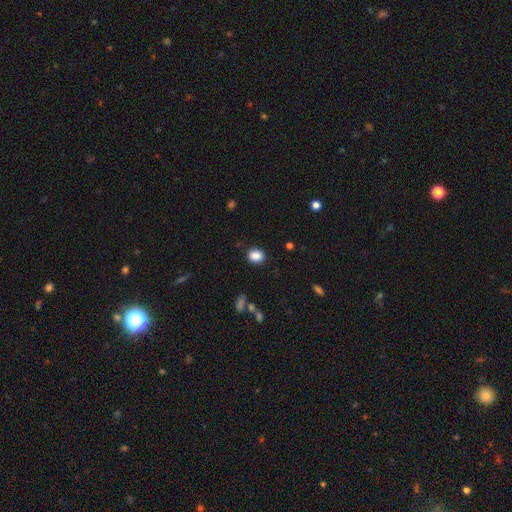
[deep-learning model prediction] A smooth galaxy with no disk features (87%) that is in between round and cigar-shaped (59%).

Vote fractions:
- Smooth or featured? smooth: 87% / star or artifact: 9% / featured or disk: 4%
- How rounded? in between: 59% / round: 40% / cigar-shaped: 1%
- Merging? none: 84% / minor disturbance: 11% / major disturbance: 3% / merger: 2%